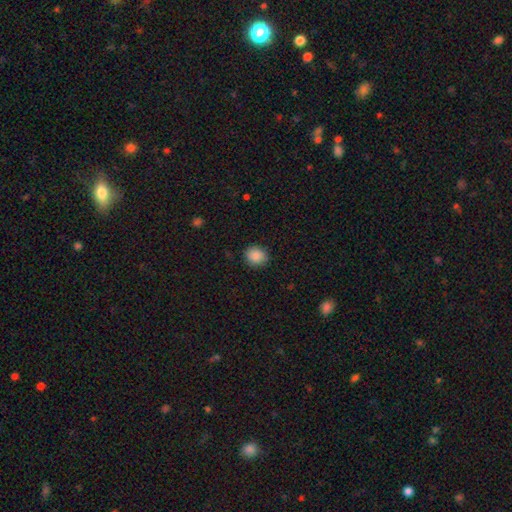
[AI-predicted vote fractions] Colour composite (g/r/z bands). It shows a smooth galaxy with no disk features (88%) that is round (77%). Merging: none (88%).